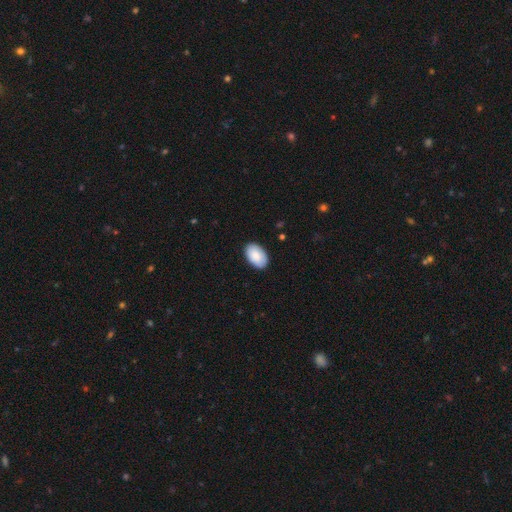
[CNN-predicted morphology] smooth_or_featured: smooth (p=0.86) [alt: featured or disk p=0.09]
how_rounded: in between (p=0.92) [alt: round p=0.07]
merging: none (p=0.86) [alt: minor disturbance p=0.11]